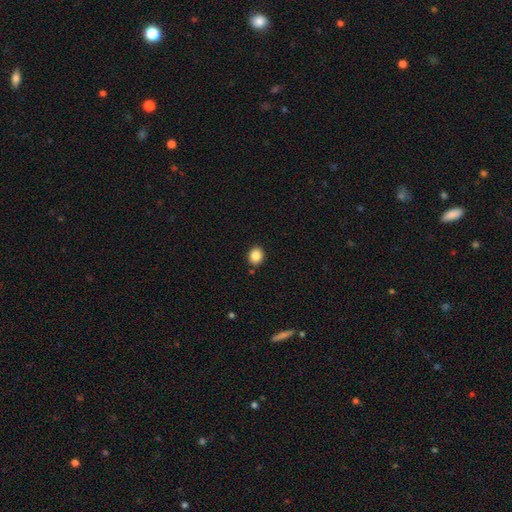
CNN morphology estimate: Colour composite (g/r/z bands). It shows a smooth galaxy with no disk features (86%) that is round (68%). Merging: none (88%).